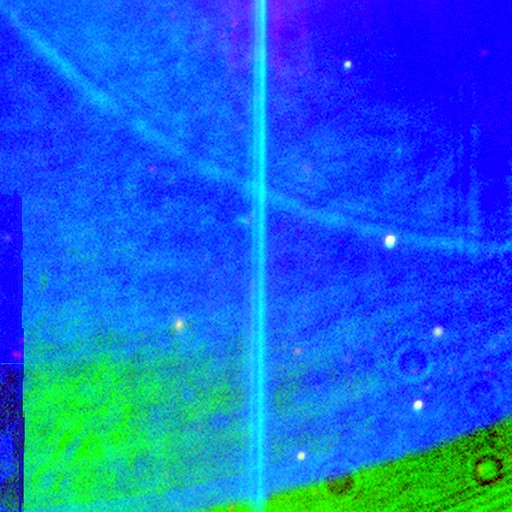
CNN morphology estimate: The model was most divided on "smooth or featured": star or artifact: 89%, featured or disk: 6%, smooth: 5%.